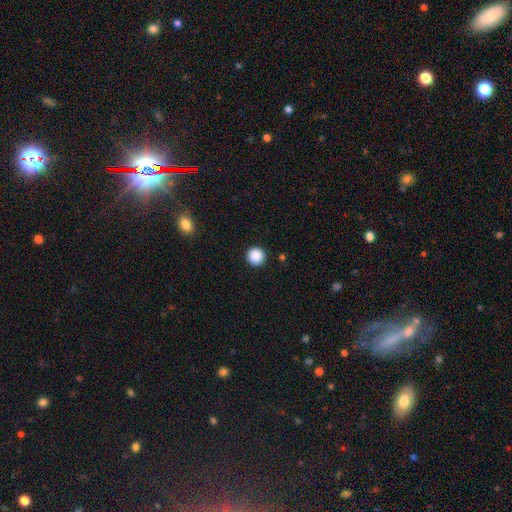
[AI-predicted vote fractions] The model was most divided on "smooth or featured": smooth: 88%, star or artifact: 9%, featured or disk: 2%. More confident: how rounded — round (96%); merging — none (93%).